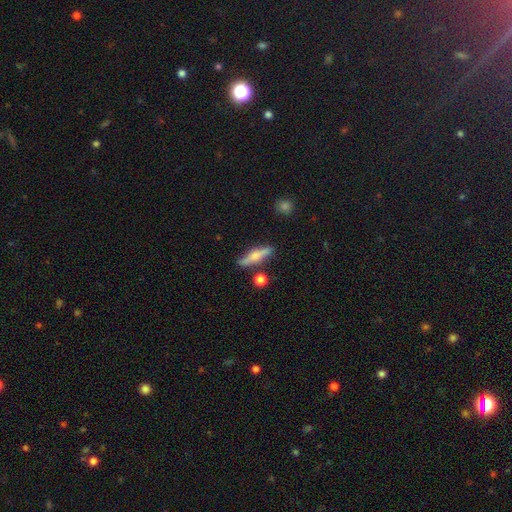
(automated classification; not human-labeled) smooth-or-featured: smooth: 53% | featured or disk: 40% | star or artifact: 7%
  how-rounded: cigar-shaped: 75% | in between: 22% | round: 4%
  merging: none: 79% | minor disturbance: 13% | merger: 5% | major disturbance: 3%